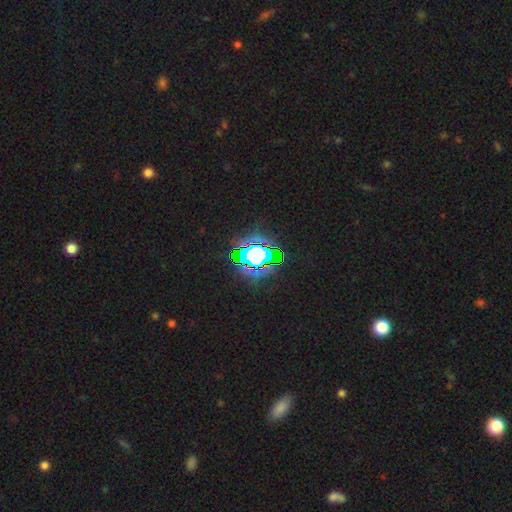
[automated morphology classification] The model was most divided on "smooth or featured": star or artifact: 64%, smooth: 21%, featured or disk: 15%.